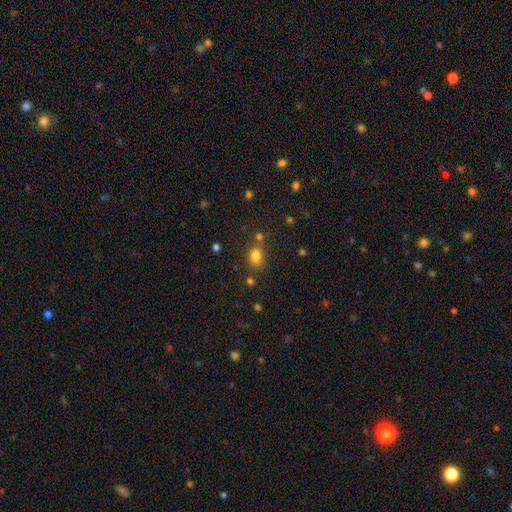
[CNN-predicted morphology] smooth 80%, star or artifact 13%, featured or disk 7%. Down the decision tree: how rounded — in between (63%); merging — none (67%).